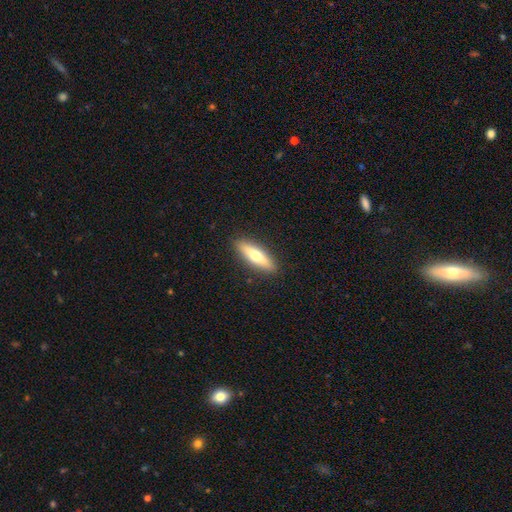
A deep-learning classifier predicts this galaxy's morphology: The model was most divided on "smooth or featured": smooth: 60%, featured or disk: 34%, star or artifact: 6%. More confident: merging — none (90%); how rounded — cigar-shaped (64%).